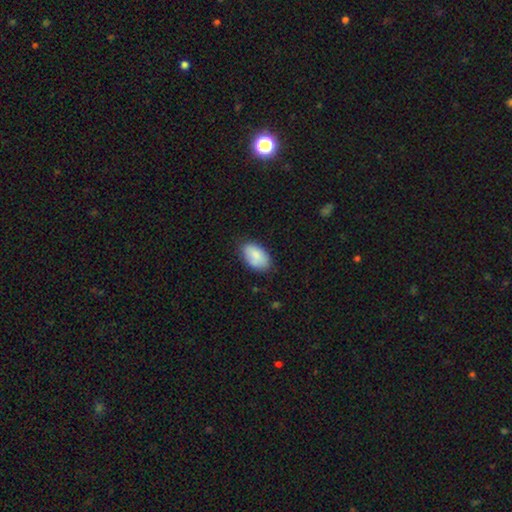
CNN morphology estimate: type=smooth (84%); roundness=in between (93%); merging=none (75%).